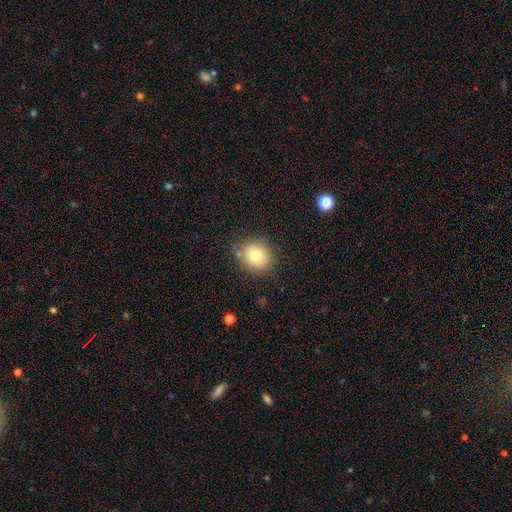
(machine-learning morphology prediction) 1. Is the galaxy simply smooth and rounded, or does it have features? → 77% smooth, 12% featured or disk, 11% star or artifact.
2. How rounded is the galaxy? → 70% round, 29% in between, 1% cigar-shaped.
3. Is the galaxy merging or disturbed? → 80% none, 14% minor disturbance, 4% major disturbance, 3% merger.